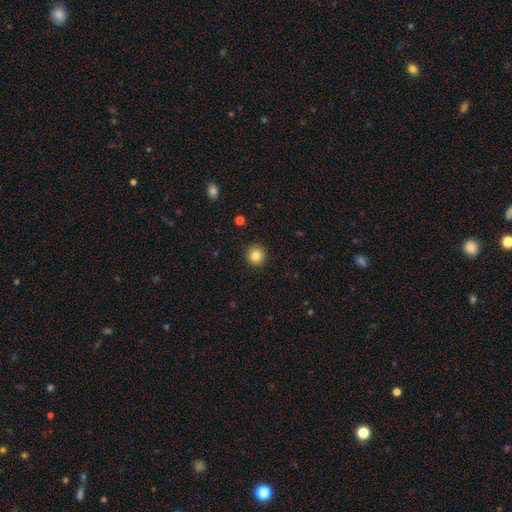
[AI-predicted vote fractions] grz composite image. It shows a smooth galaxy with no disk features (83%) that is round (94%). Merging: none (92%).